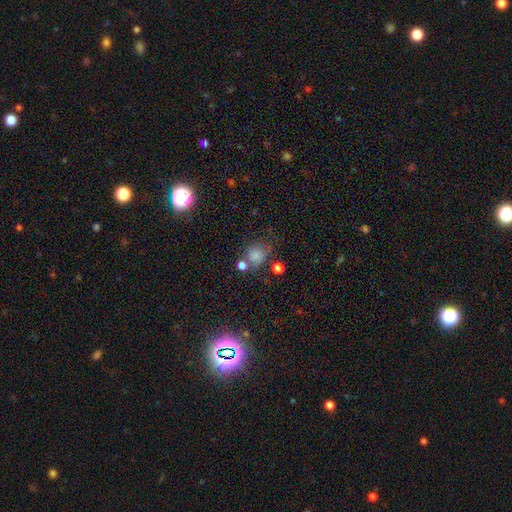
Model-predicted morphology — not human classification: smooth 78%, star or artifact 15%, featured or disk 7%. Down the decision tree: how rounded — round (79%); merging — none (61%).